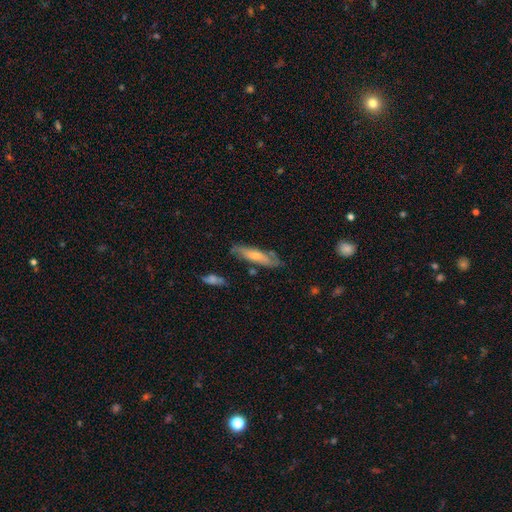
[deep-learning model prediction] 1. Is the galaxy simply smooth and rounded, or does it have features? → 49% smooth, 45% featured or disk, 6% star or artifact.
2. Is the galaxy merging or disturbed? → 72% none, 19% minor disturbance, 5% major disturbance, 4% merger.